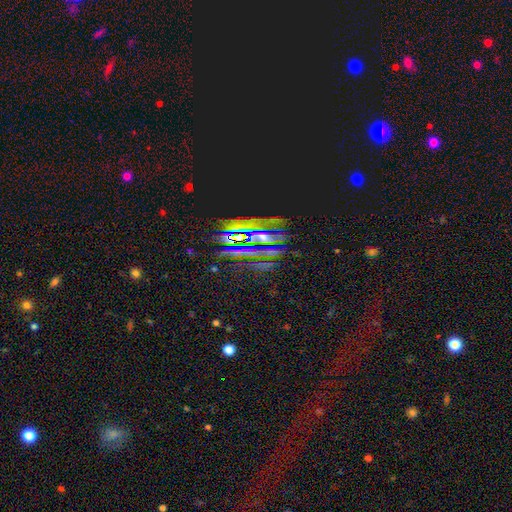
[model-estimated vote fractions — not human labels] Morphology: type=star or artifact (67%).